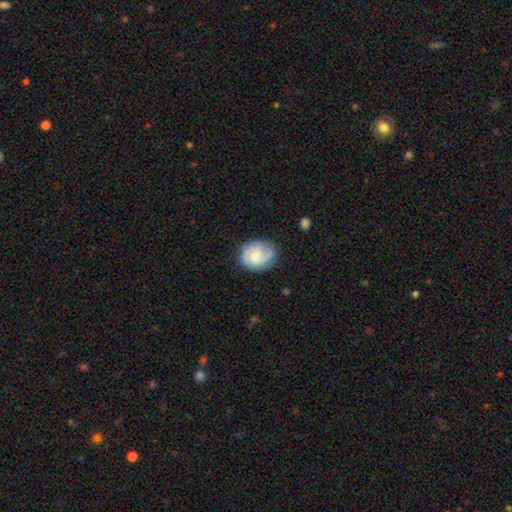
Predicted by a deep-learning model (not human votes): Overall: featured or disk (72%). Edge-on disk: no (98%). Bar: no (49%; weak 45%). Spiral arms: yes (95%). Spiral arm count: 2 (70%). Spiral winding: tight (47%; medium 42%). Bulge size: small (53%; moderate 32%). Merging: none (79%).